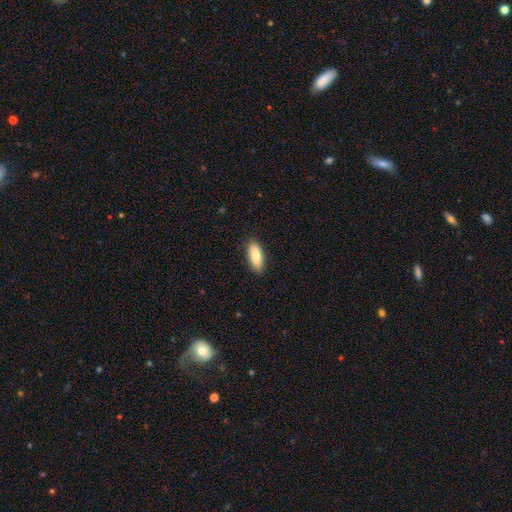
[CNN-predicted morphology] smooth 85%, featured or disk 9%, star or artifact 6%. Down the decision tree: how rounded — in between (77%); merging — none (89%).